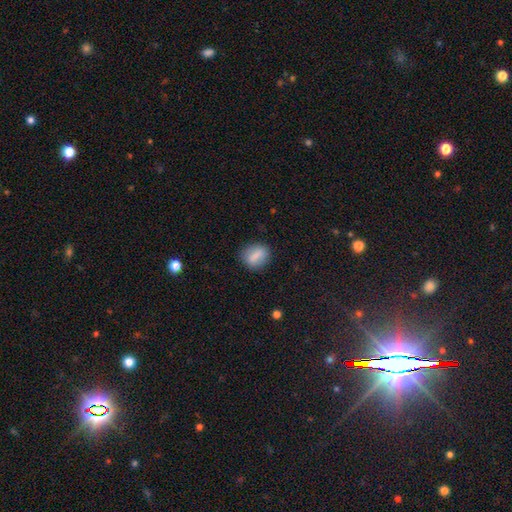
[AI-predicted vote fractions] A smooth galaxy with no disk features (76%) that is in between round and cigar-shaped (52%). Merging: none (82%).